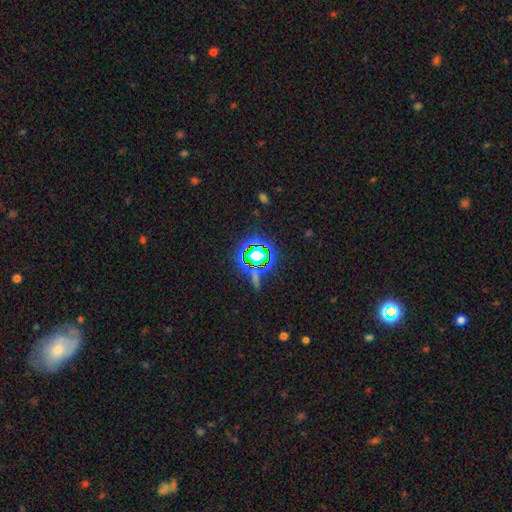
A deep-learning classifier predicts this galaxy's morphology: star or artifact 68%, smooth 20%, featured or disk 12%.